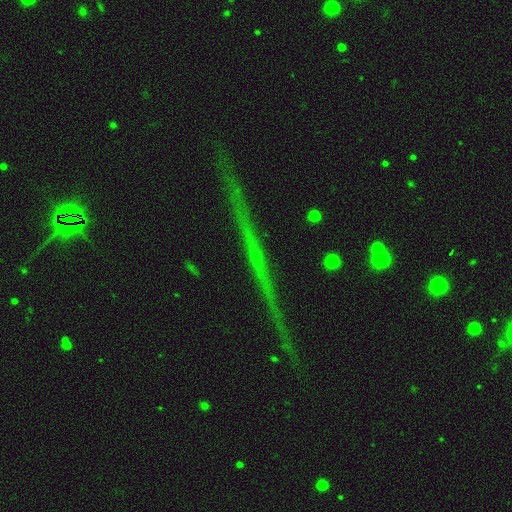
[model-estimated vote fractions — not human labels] Smooth or featured?
  - featured or disk: 52% *
  - star or artifact: 32%
  - smooth: 15%
Edge-on disk?
  - yes: 93% *
  - no: 7%
Merging?
  - none: 91% *
  - minor disturbance: 6%
  - major disturbance: 2%
  - merger: 2%